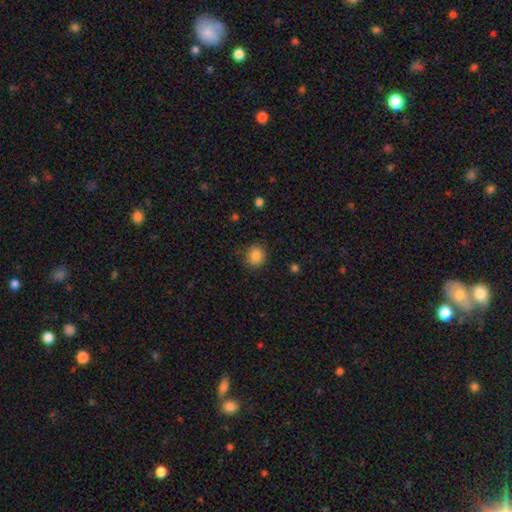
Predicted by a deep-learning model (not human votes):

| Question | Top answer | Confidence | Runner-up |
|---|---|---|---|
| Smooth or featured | smooth | 84% | star or artifact (10%) |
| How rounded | round | 80% | in between (20%) |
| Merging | none | 85% | minor disturbance (10%) |